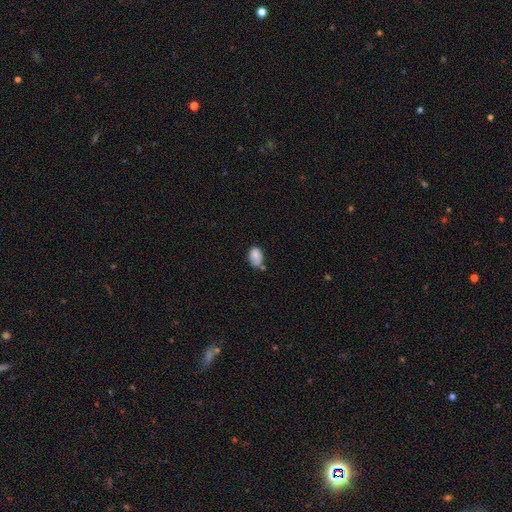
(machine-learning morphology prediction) smooth-or-featured: smooth: 83% | featured or disk: 9% | star or artifact: 8%
  how-rounded: in between: 85% | round: 14% | cigar-shaped: 1%
  merging: none: 51% | minor disturbance: 30% | merger: 12% | major disturbance: 7%